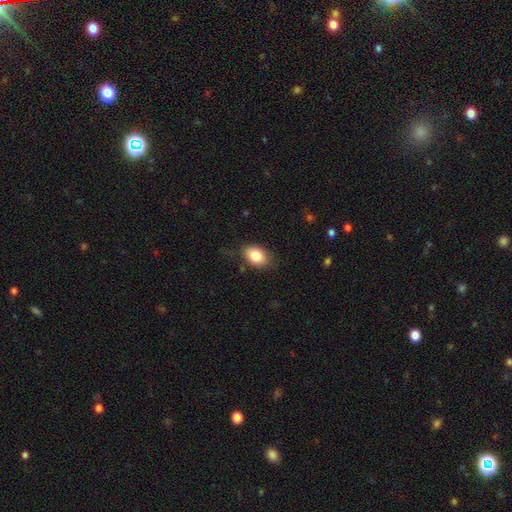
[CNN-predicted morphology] A smooth galaxy with no disk features (83%) that is in between round and cigar-shaped (82%).

Vote fractions:
- Smooth or featured? smooth: 83% / featured or disk: 10% / star or artifact: 8%
- How rounded? in between: 82% / round: 17% / cigar-shaped: 1%
- Merging? none: 76% / minor disturbance: 18% / major disturbance: 5% / merger: 1%